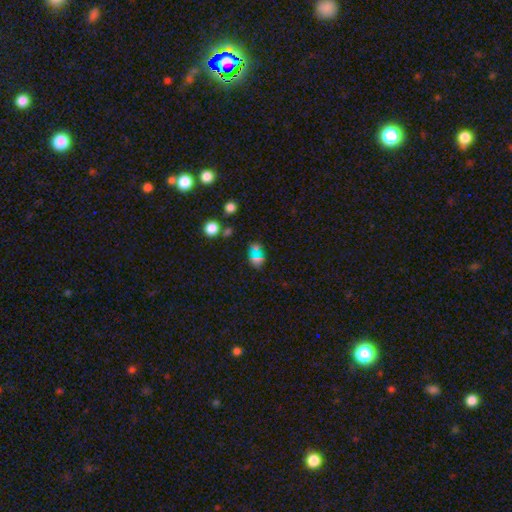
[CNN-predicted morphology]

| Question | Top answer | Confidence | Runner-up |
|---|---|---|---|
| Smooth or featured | smooth | 53% | star or artifact (37%) |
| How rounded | round | 54% | in between (44%) |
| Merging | none | 76% | minor disturbance (12%) |